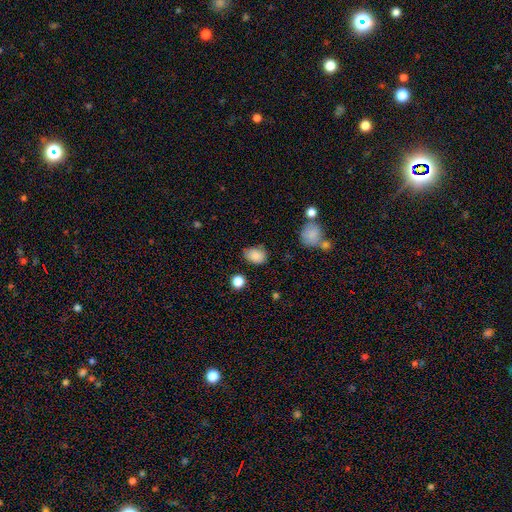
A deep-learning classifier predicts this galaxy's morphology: Smooth or featured? smooth (86%)
How rounded? in between (72%)
Merging? none (71%)